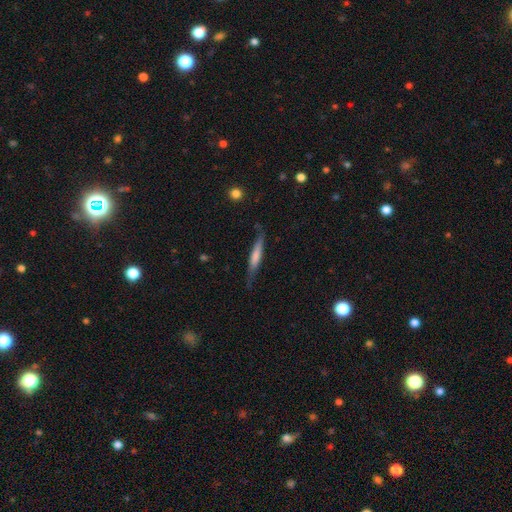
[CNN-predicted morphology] A smooth galaxy with no disk features (59%) that is cigar-shaped (91%). Merging: none (71%).